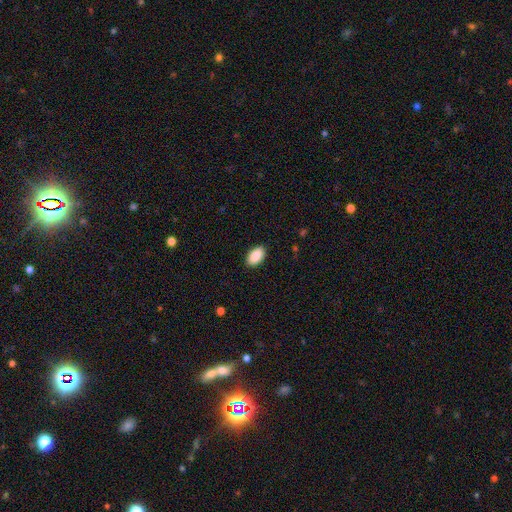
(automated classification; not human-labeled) This appears to be a smooth galaxy with no disk features (91%) that is in between round and cigar-shaped (95%). Merging: none (90%).